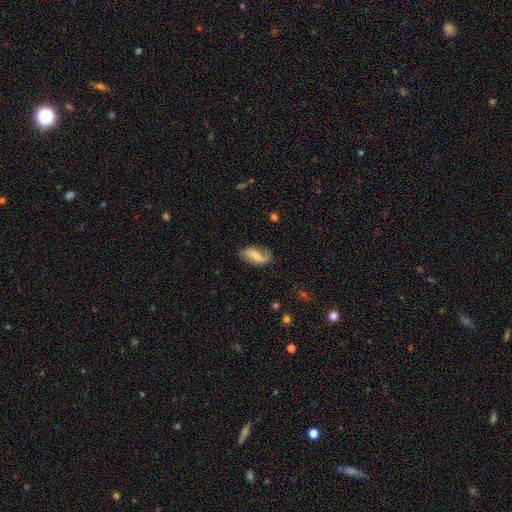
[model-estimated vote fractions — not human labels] featured or disk 51%, smooth 41%, star or artifact 7%. Down the decision tree: edge-on disk — no (93%); merging — none (62%).